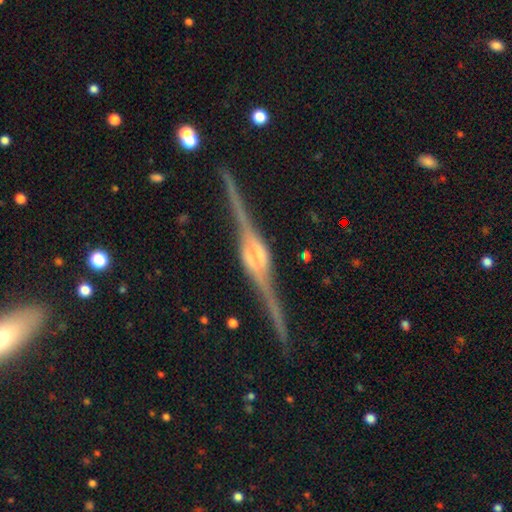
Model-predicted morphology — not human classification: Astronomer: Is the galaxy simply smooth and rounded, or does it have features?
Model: featured or disk — 89%.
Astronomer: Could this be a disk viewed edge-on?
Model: yes — 97%.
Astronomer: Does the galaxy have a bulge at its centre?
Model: rounded — 73%.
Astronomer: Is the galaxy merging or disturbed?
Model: none — 80%.